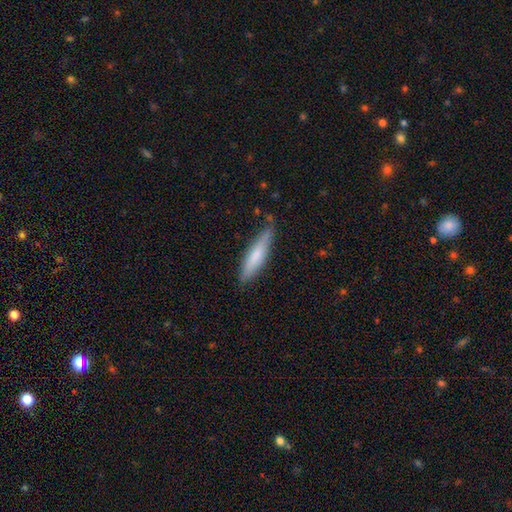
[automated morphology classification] Smooth or featured: smooth — 69% (featured or disk — 25%)
How rounded: cigar-shaped — 84% (in between — 15%)
Merging: none — 78% (minor disturbance — 17%)